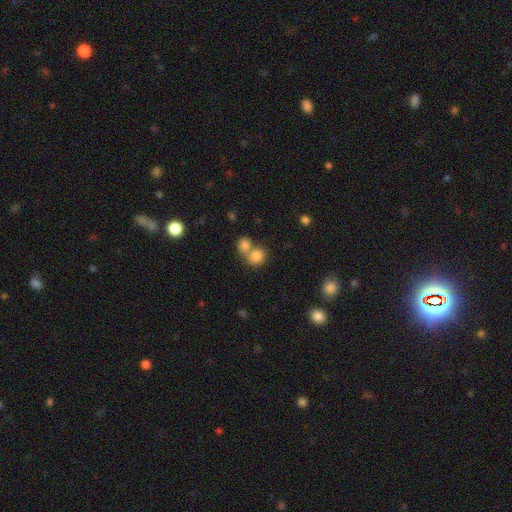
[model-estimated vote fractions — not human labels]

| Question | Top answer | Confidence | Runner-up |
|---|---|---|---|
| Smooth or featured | smooth | 82% | star or artifact (10%) |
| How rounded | round | 71% | in between (28%) |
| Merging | merger | 49% | none (40%) |